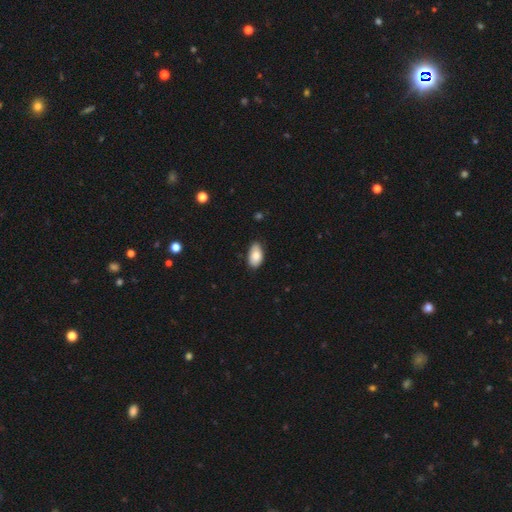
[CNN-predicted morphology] Q: Smooth or featured?
A: smooth (84%); runner-up: featured or disk (9%)
Q: How rounded?
A: in between (94%); runner-up: round (4%)
Q: Merging?
A: none (74%); runner-up: minor disturbance (22%)